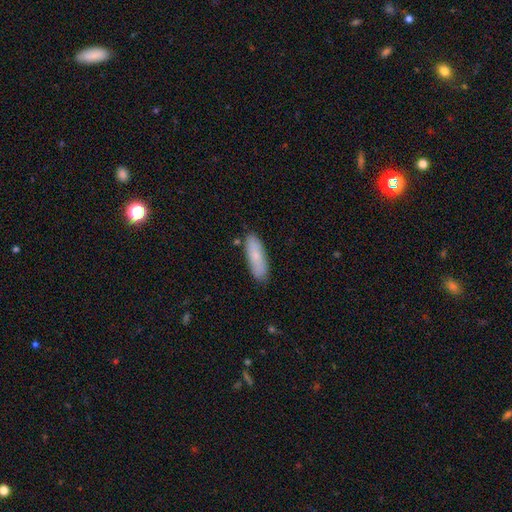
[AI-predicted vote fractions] Smooth or featured: smooth — 79% (featured or disk — 15%)
How rounded: in between — 51% (cigar-shaped — 47%)
Merging: none — 84% (minor disturbance — 12%)